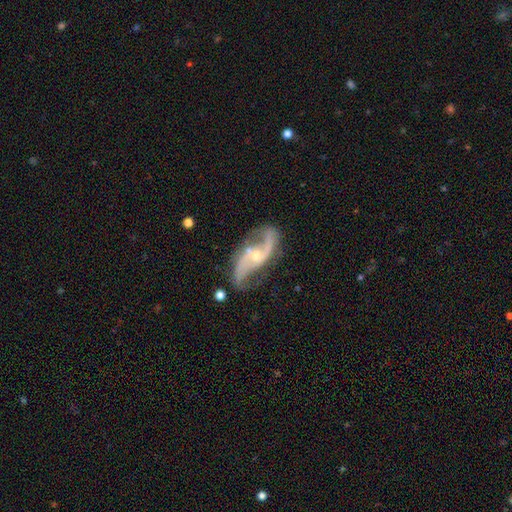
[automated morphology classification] Smooth or featured? Predicted: featured or disk (p=0.90). Edge-on disk? Predicted: no (p=0.96). Bar? Predicted: no (p=0.54). Spiral arms? Predicted: yes (p=0.96). Spiral winding? Predicted: loose (p=0.64). Spiral arm count? Predicted: 2 (p=0.92). Bulge size? Predicted: small (p=0.60). Merging? Predicted: none (p=0.70).